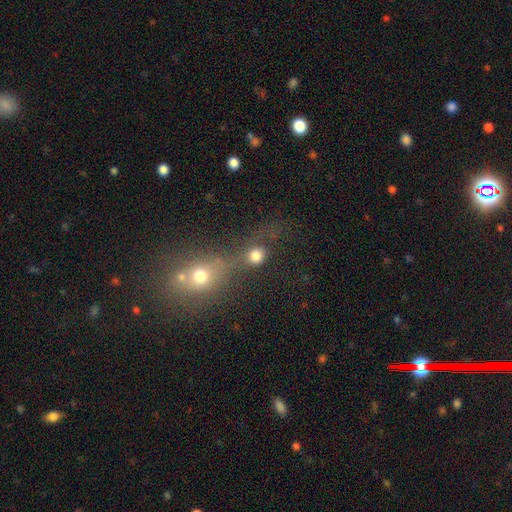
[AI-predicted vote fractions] Smooth or featured?
  - smooth: 76% *
  - star or artifact: 14%
  - featured or disk: 10%
How rounded?
  - round: 78% *
  - in between: 20%
  - cigar-shaped: 2%
Merging?
  - merger: 50% *
  - none: 33%
  - major disturbance: 9%
  - minor disturbance: 8%